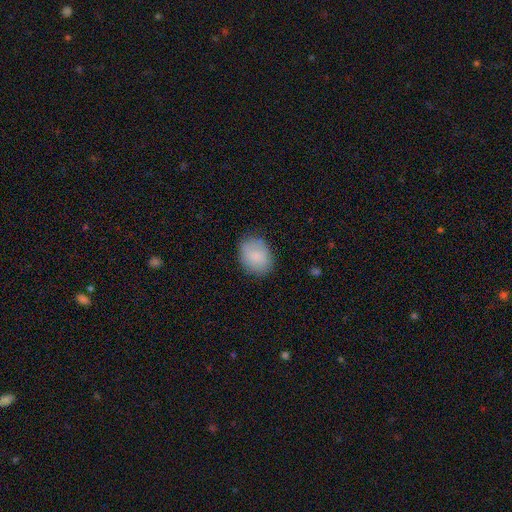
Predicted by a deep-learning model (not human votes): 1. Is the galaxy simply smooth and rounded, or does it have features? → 82% smooth, 11% featured or disk, 7% star or artifact.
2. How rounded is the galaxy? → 61% in between, 38% round, 1% cigar-shaped.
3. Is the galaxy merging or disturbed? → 79% none, 16% minor disturbance, 4% major disturbance, 1% merger.